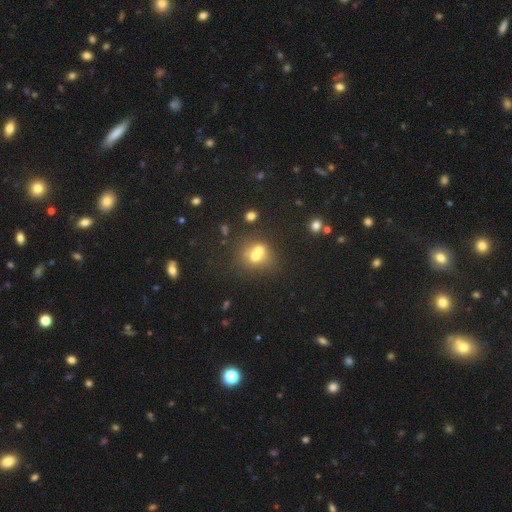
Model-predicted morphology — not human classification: This appears to be a smooth galaxy with no disk features (61%) that is round (72%). Merging: merger (60%).